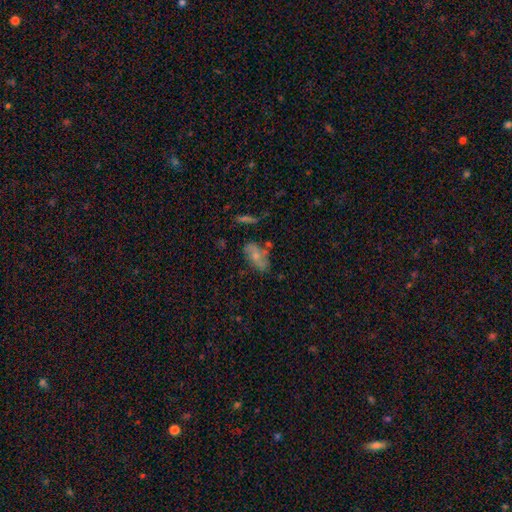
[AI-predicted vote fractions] Smooth or featured? smooth (57%)
How rounded? in between (86%)
Merging? none (59%)